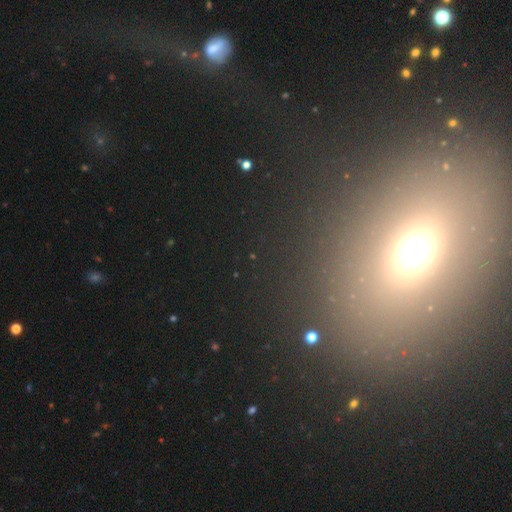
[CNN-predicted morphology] This appears to be a star or artifact, not a galaxy (43%).